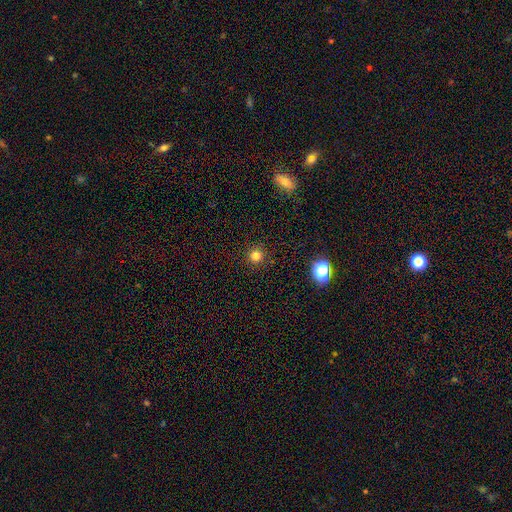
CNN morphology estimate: Q: Smooth or featured?
A: smooth (80%); runner-up: star or artifact (16%)
Q: How rounded?
A: round (94%); runner-up: in between (5%)
Q: Merging?
A: none (91%); runner-up: minor disturbance (6%)